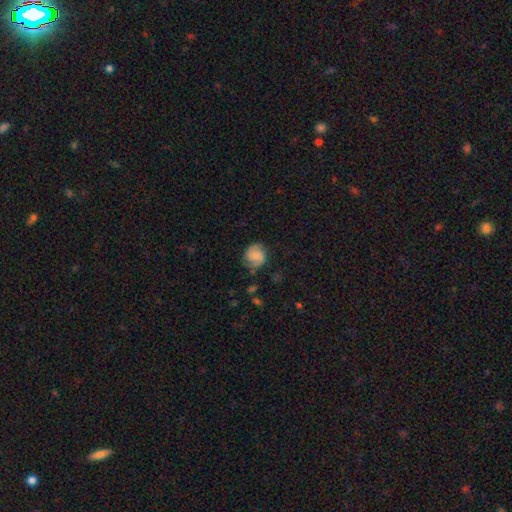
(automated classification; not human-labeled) Overall: smooth (54%; featured or disk 37%). How rounded: round (74%). Merging: none (67%).